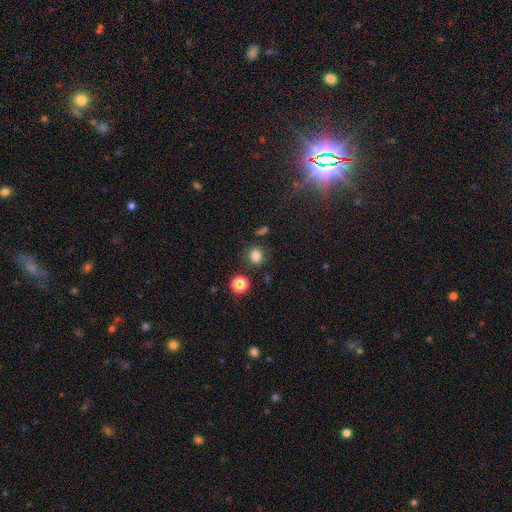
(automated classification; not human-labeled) This appears to be a smooth galaxy with no disk features (80%) that is round (67%). Merging: none (79%).